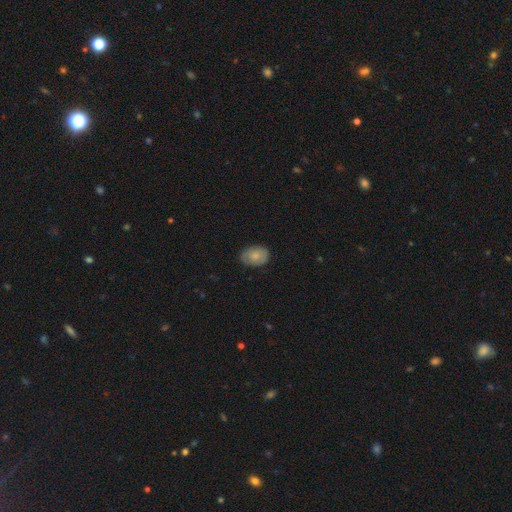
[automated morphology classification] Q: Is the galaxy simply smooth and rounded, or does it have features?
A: smooth — 74%.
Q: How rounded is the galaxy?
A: in between — 77%.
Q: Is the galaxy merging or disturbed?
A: none — 78%.